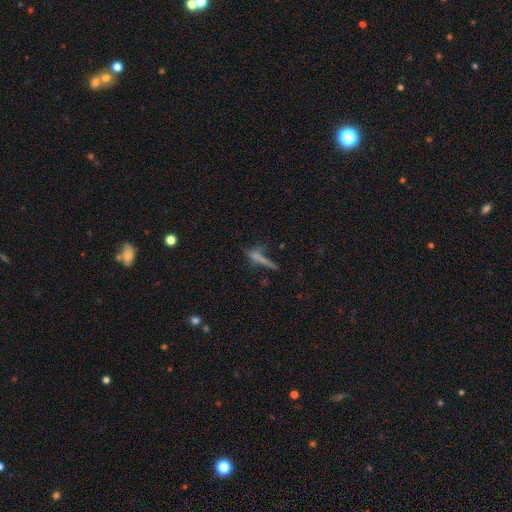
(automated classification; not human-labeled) A smooth galaxy with no disk features (52%) that is cigar-shaped (78%). Merging: none (51%).